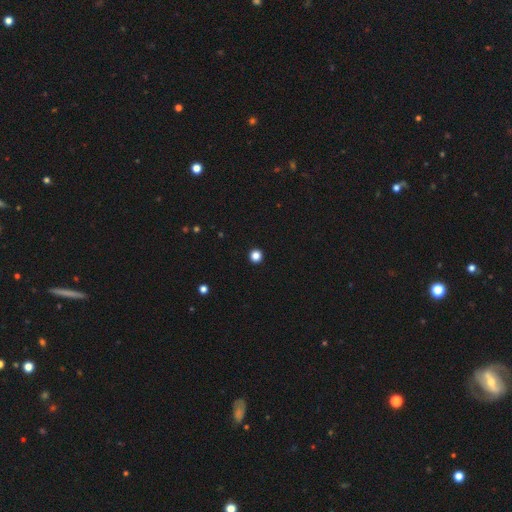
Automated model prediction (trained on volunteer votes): This is clearly a smooth galaxy (85%). How rounded: clearly round (95%). Merging: clearly none (94%).